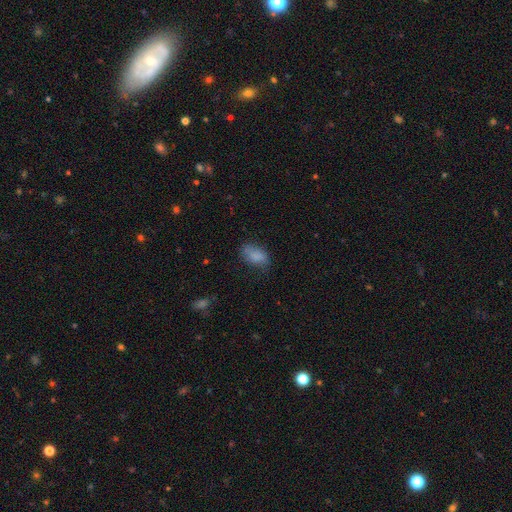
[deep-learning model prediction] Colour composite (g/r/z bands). It shows a smooth galaxy with no disk features (81%) that is in between round and cigar-shaped (90%). Merging: none (61%).